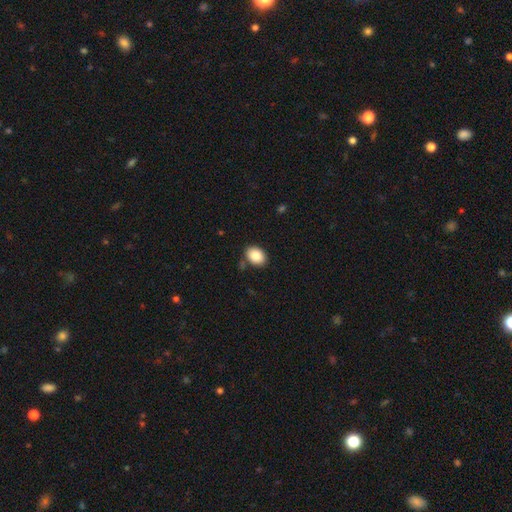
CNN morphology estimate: smooth-or-featured: smooth: 86% | star or artifact: 8% | featured or disk: 7%
  how-rounded: in between: 74% | round: 25% | cigar-shaped: 1%
  merging: none: 83% | minor disturbance: 11% | merger: 4% | major disturbance: 2%